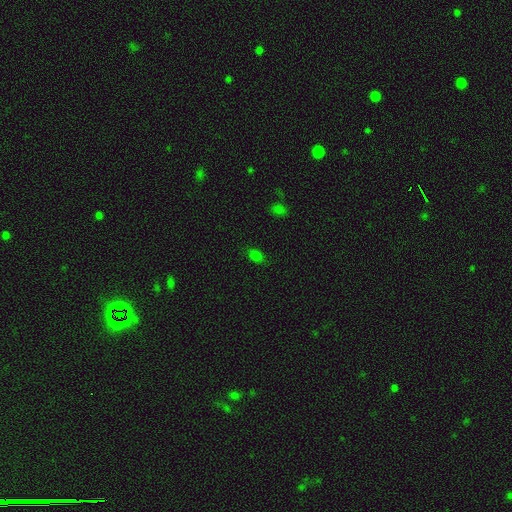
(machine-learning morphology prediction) Smooth or featured? smooth (75%)
How rounded? in between (74%)
Merging? none (82%)